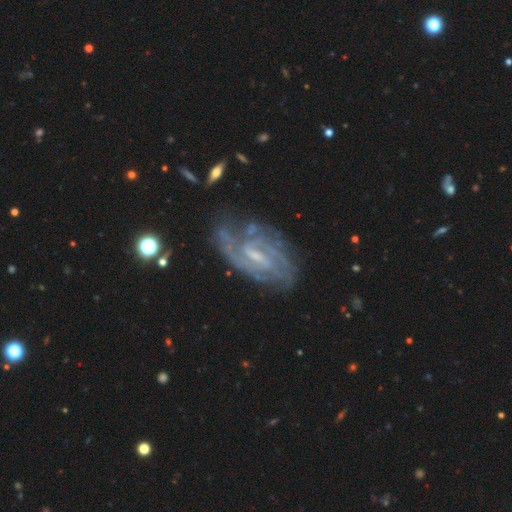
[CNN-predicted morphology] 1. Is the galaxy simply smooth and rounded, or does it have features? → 87% featured or disk, 7% star or artifact, 6% smooth.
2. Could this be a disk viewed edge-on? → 96% no, 4% yes.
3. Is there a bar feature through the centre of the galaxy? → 55% weak, 26% strong, 18% no.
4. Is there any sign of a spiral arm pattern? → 96% yes, 4% no.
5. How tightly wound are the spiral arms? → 56% tight, 36% medium, 8% loose.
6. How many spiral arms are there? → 37% 2, 28% can't tell, 18% 3, 8% 4, 5% 1, 5% more than 4.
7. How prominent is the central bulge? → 55% small, 27% moderate, 16% none, 2% large, 1% dominant.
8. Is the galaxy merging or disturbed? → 66% none, 21% minor disturbance, 10% major disturbance, 3% merger.